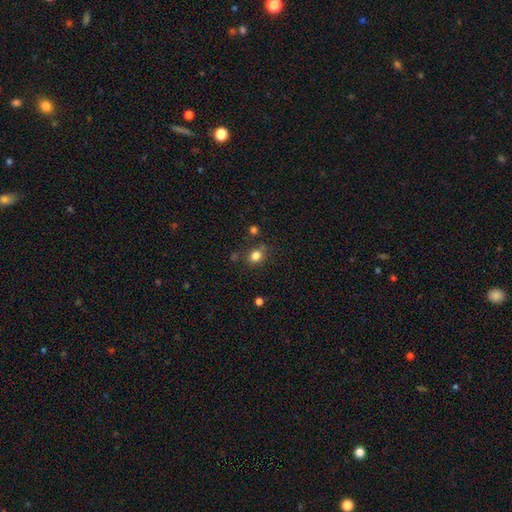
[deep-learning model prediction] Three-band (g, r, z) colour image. It shows a smooth galaxy with no disk features (80%) that is round (63%). Merging: none (74%).